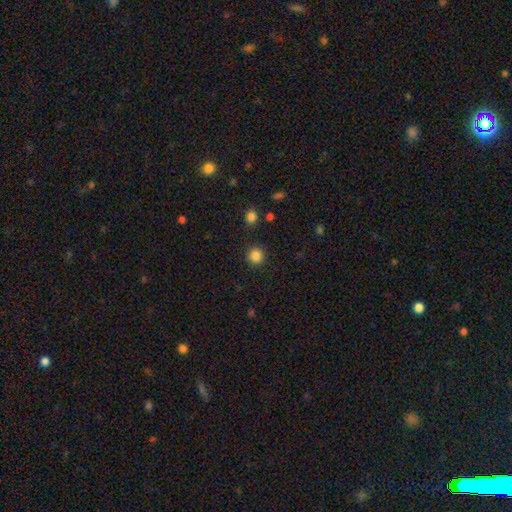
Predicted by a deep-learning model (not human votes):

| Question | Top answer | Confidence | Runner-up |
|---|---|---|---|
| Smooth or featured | smooth | 85% | star or artifact (11%) |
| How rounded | round | 92% | in between (7%) |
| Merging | none | 89% | minor disturbance (6%) |